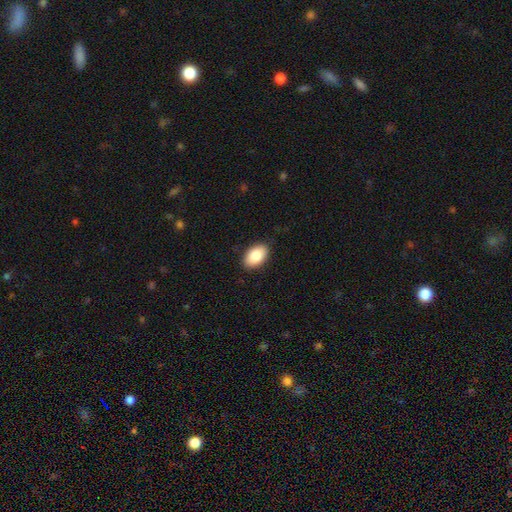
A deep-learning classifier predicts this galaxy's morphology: type=smooth (84%); roundness=in between (93%); merging=none (88%).